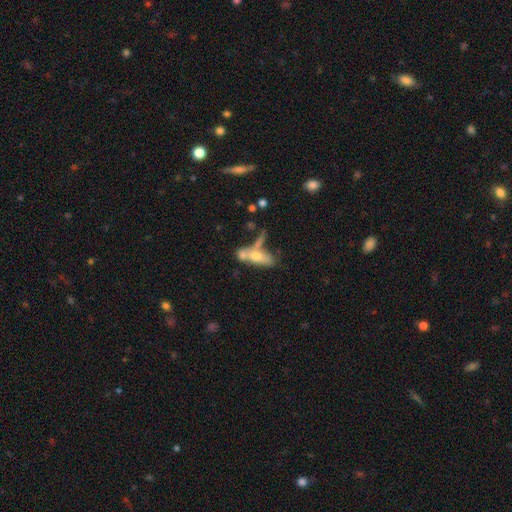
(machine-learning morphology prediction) smooth-or-featured: smooth: 55% | featured or disk: 36% | star or artifact: 8%
  how-rounded: in between: 61% | cigar-shaped: 34% | round: 4%
  merging: merger: 46% | none: 28% | minor disturbance: 14% | major disturbance: 12%